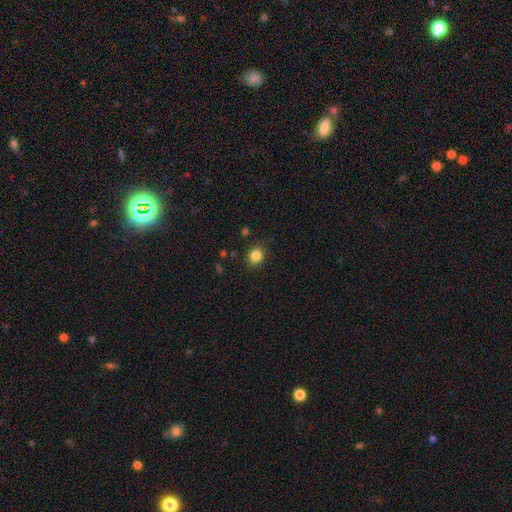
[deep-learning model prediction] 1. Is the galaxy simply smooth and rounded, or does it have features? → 84% smooth, 11% star or artifact, 5% featured or disk.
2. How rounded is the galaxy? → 74% round, 26% in between, 1% cigar-shaped.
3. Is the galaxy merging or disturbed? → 87% none, 9% minor disturbance, 3% major disturbance, 1% merger.